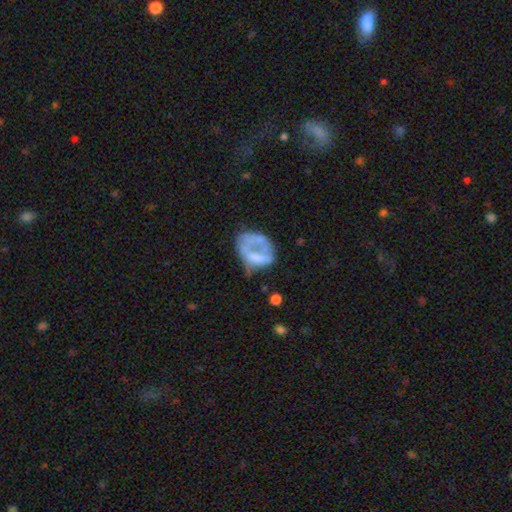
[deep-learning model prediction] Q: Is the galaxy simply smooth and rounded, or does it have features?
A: featured or disk — 46%.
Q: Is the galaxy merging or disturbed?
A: major disturbance — 39%.